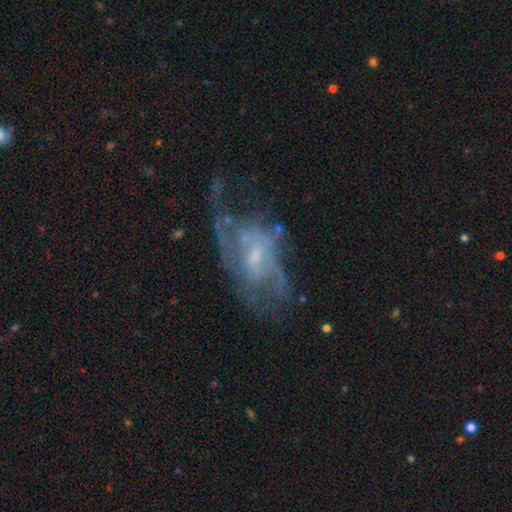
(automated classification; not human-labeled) A featured or disk galaxy (79%) with a weak bar (46%), 2 (43%) medium (40%) spiral arms (76%) and a small central bulge (50%). Merging: none (40%).